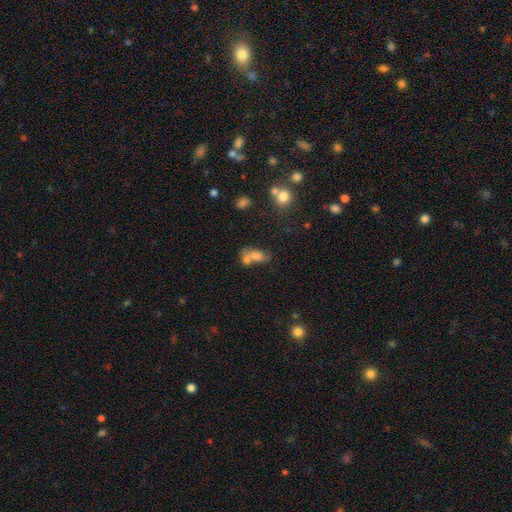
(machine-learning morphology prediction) smooth 70%, featured or disk 18%, star or artifact 12%. Down the decision tree: how rounded — in between (77%); merging — merger (59%).